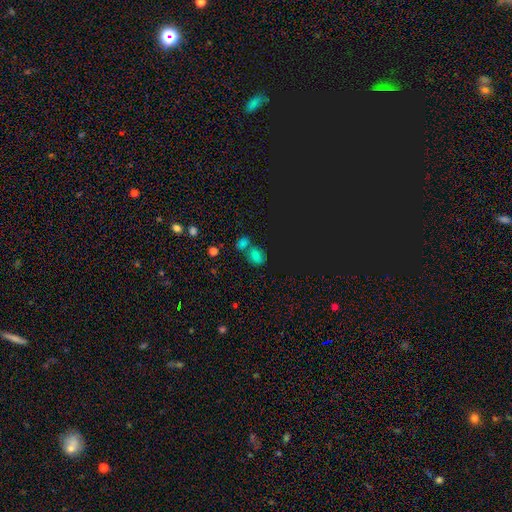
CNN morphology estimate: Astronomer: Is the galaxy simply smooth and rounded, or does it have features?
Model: smooth — 62%.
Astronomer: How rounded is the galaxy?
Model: in between — 58% (runner-up: round, 41%).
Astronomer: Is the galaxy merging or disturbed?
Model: none — 47% (runner-up: merger, 38%).